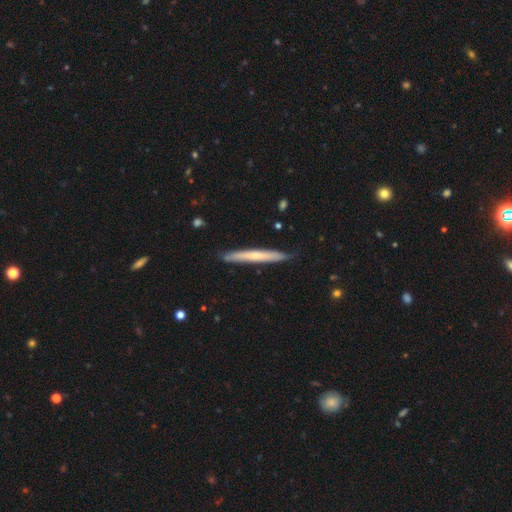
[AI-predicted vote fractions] Smooth or featured?
  - smooth: 51% *
  - featured or disk: 44%
  - star or artifact: 5%
How rounded?
  - cigar-shaped: 96% *
  - in between: 3%
  - round: 1%
Merging?
  - none: 84% *
  - minor disturbance: 13%
  - major disturbance: 2%
  - merger: 1%